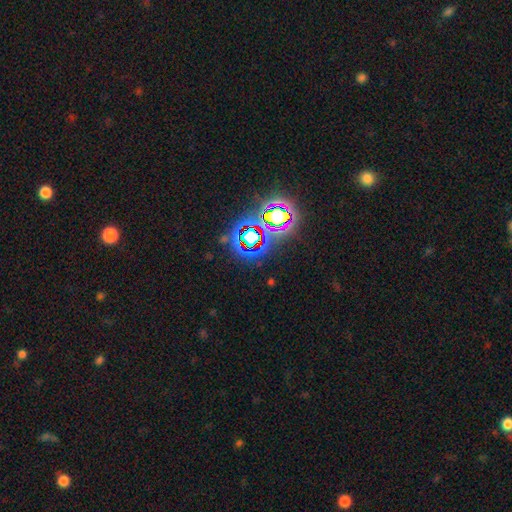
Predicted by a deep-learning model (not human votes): Q: Smooth or featured?
A: star or artifact (68%); runner-up: smooth (18%)